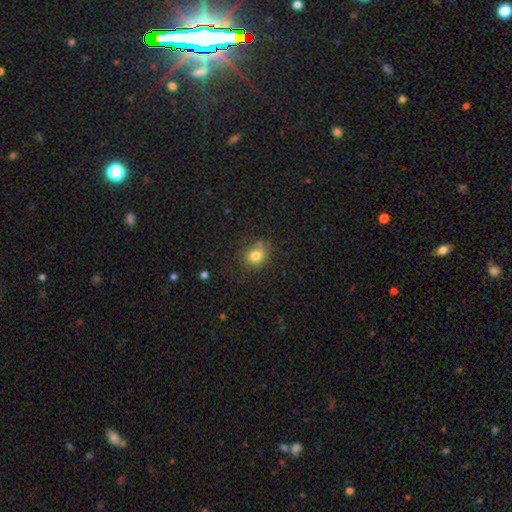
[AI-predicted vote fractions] Smooth or featured? Predicted: smooth (p=0.80). How rounded? Predicted: round (p=0.72). Merging? Predicted: none (p=0.72).